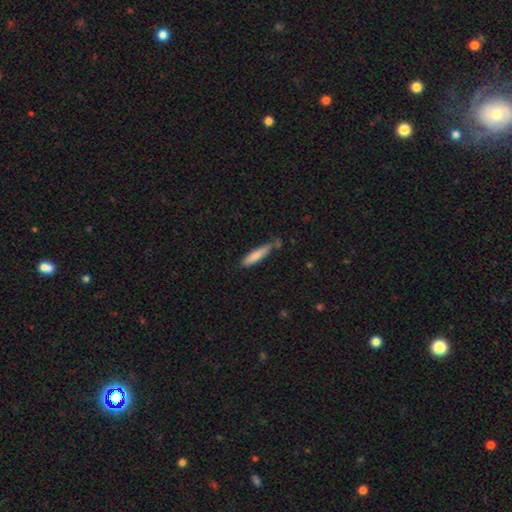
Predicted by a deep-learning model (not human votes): Smooth or featured? smooth (81%)
How rounded? cigar-shaped (83%)
Merging? none (62%)